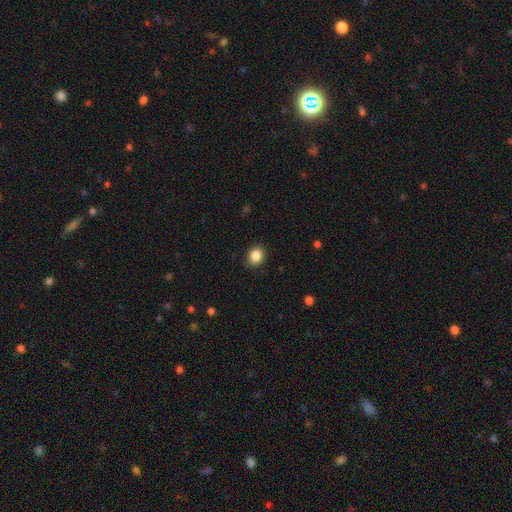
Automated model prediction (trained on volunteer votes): smooth-or-featured: smooth: 87% | star or artifact: 9% | featured or disk: 4%
  how-rounded: round: 59% | in between: 40% | cigar-shaped: 1%
  merging: none: 88% | minor disturbance: 9% | major disturbance: 2% | merger: 1%